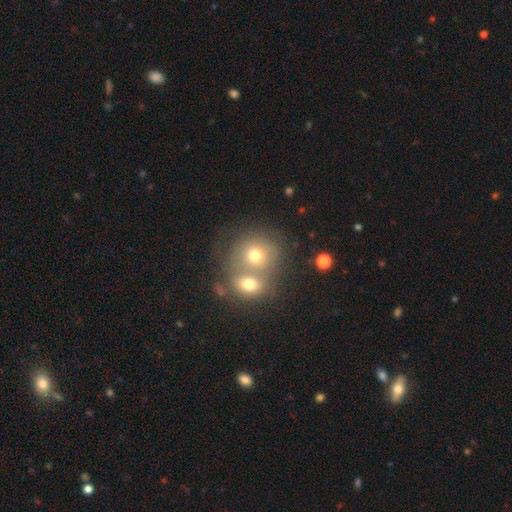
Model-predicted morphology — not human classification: The model was most divided on "merging": merger: 56%, none: 31%, minor disturbance: 8%, major disturbance: 5%. More confident: how rounded — round (77%); smooth or featured — smooth (69%).